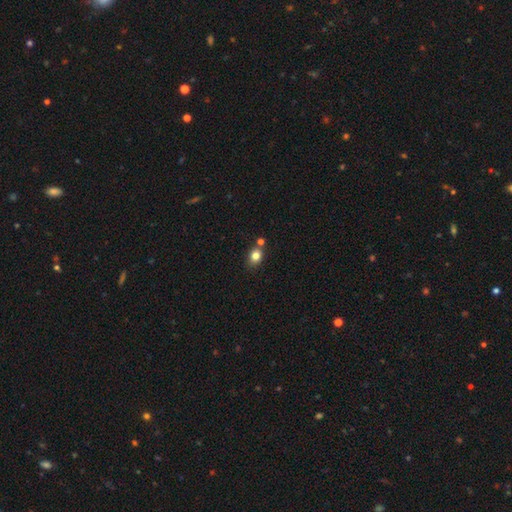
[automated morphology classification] A smooth galaxy with no disk features (82%) that is in between round and cigar-shaped (57%). Merging: none (69%).